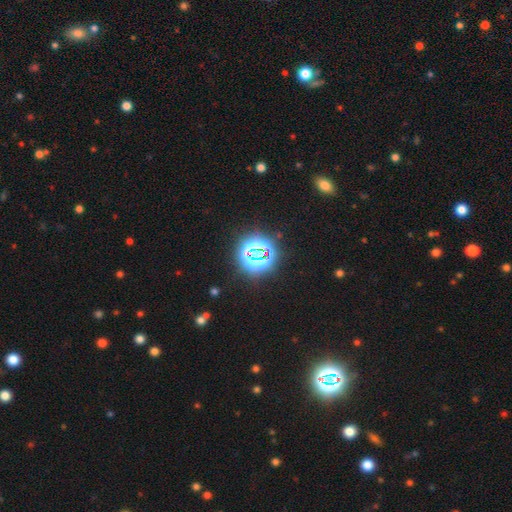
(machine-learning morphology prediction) type=star or artifact (78%).